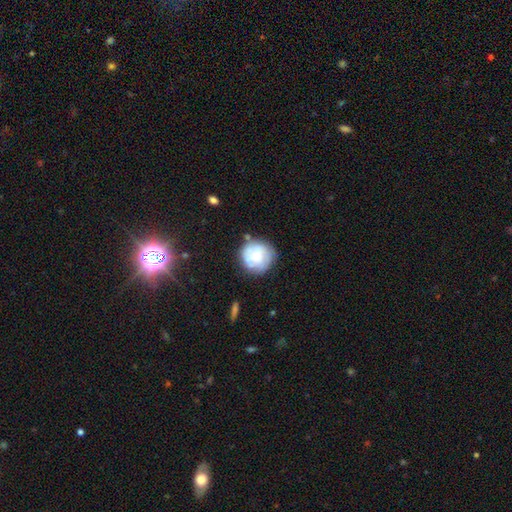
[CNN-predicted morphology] Overall: smooth (53%; featured or disk 40%). How rounded: round (92%). Merging: none (70%).